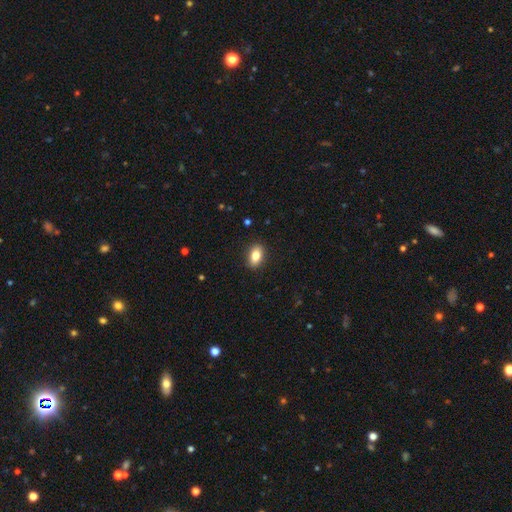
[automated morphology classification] This is clearly a smooth galaxy (83%). How rounded: clearly in between (87%). Merging: clearly none (89%).